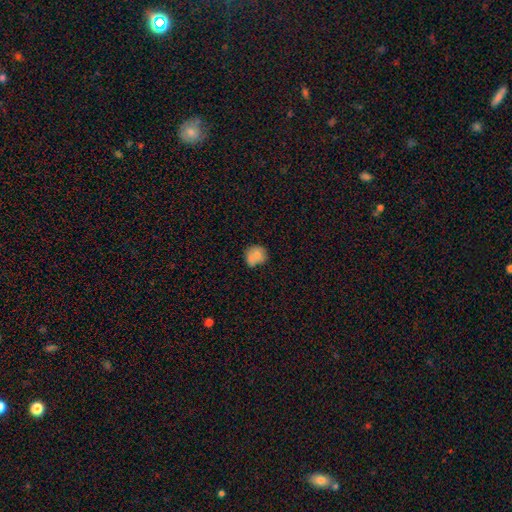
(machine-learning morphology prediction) A smooth galaxy with no disk features (76%) that is round (77%). Merging: none (52%).